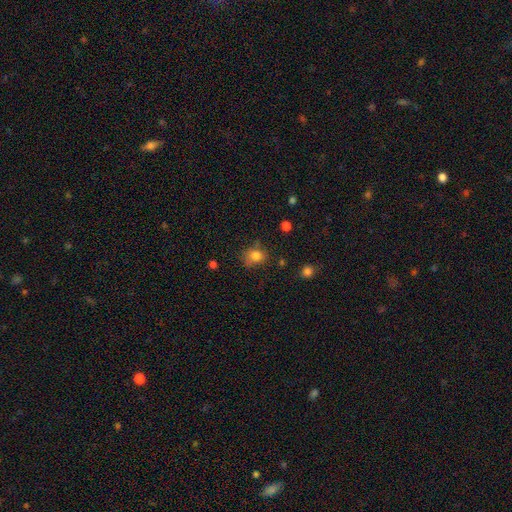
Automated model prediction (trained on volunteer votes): smooth 80%, star or artifact 12%, featured or disk 8%. Down the decision tree: how rounded — round (61%); merging — none (61%).